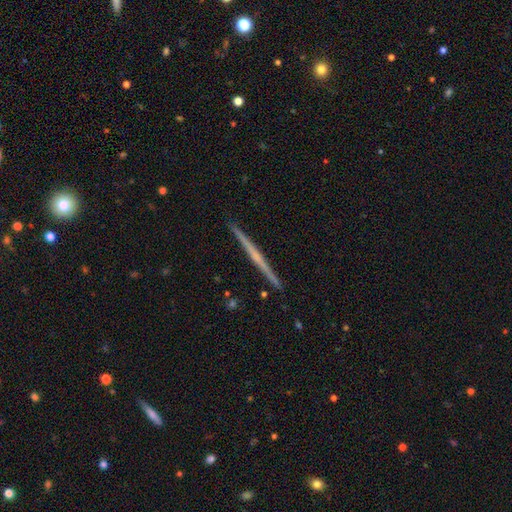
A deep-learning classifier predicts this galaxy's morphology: smooth-or-featured: featured or disk: 70% | smooth: 24% | star or artifact: 6%
  disk-edge-on: yes: 98% | no: 2%
    edge-on-bulge: none: 64% | rounded: 29% | boxy: 6%
  merging: none: 93% | minor disturbance: 5% | merger: 1% | major disturbance: 1%